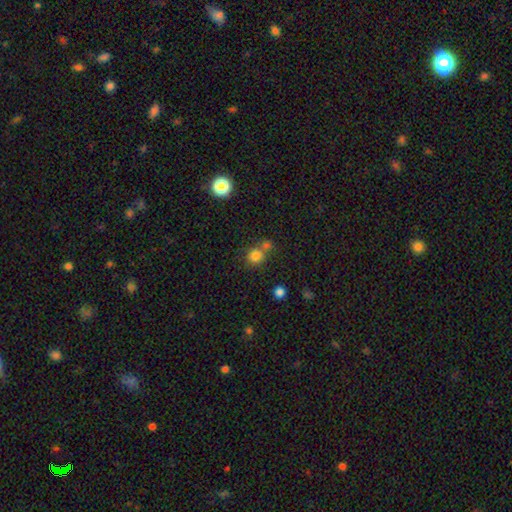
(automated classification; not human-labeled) smooth-or-featured: smooth: 79% | star or artifact: 14% | featured or disk: 7%
  how-rounded: round: 85% | in between: 14% | cigar-shaped: 1%
  merging: none: 57% | merger: 31% | minor disturbance: 9% | major disturbance: 3%